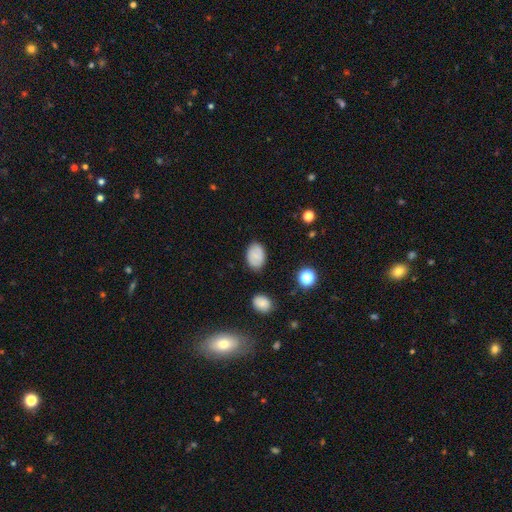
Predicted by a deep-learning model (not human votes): smooth 71%, featured or disk 20%, star or artifact 10%. Down the decision tree: how rounded — in between (84%); merging — none (83%).